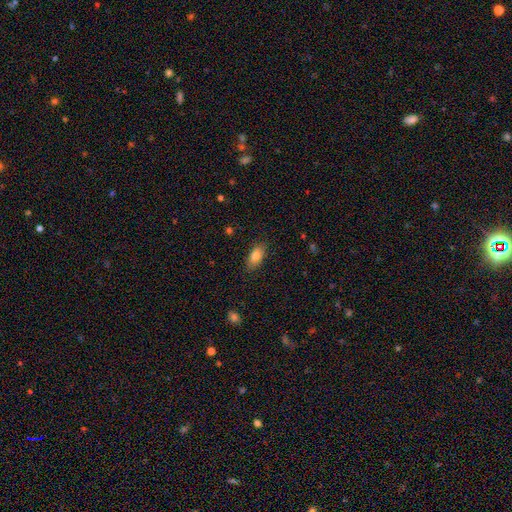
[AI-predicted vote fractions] This appears to be a smooth galaxy with no disk features (83%) that is in between round and cigar-shaped (89%). Merging: none (85%).